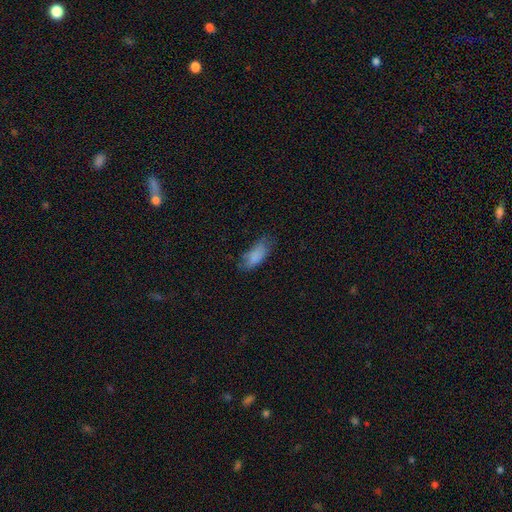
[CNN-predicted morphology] type=smooth (80%); roundness=in between (83%); merging=none (51%).